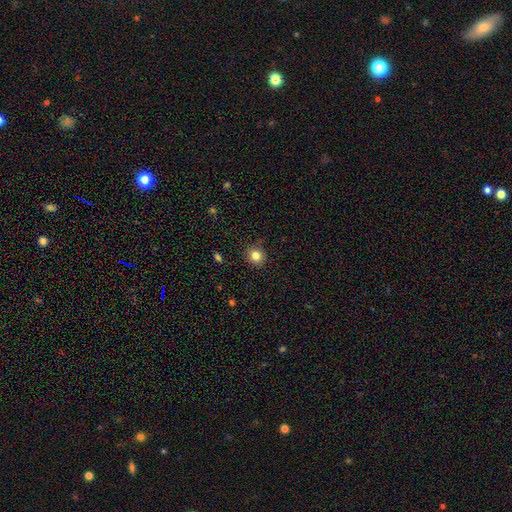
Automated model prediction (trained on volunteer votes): smooth 82%, star or artifact 12%, featured or disk 7%. Down the decision tree: how rounded — round (86%); merging — none (89%).